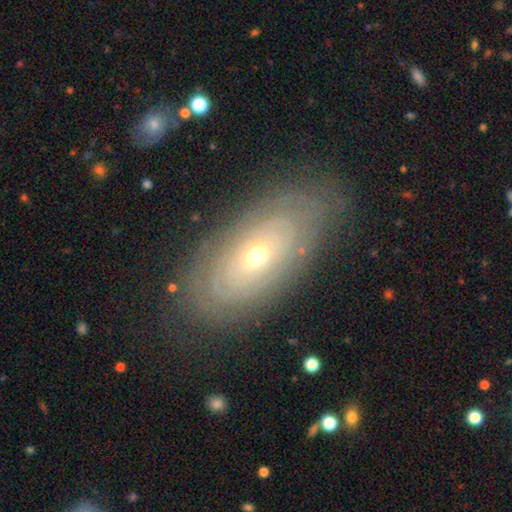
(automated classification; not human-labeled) smooth_or_featured: featured or disk (p=0.71) [alt: smooth p=0.22]
disk_edge_on: no (p=0.90) [alt: yes p=0.10]
bar: no (p=0.87) [alt: weak p=0.10]
has_spiral_arms: yes (p=0.58) [alt: no p=0.42]
bulge_size: moderate (p=0.54) [alt: small p=0.41]
merging: none (p=0.79) [alt: minor disturbance p=0.14]